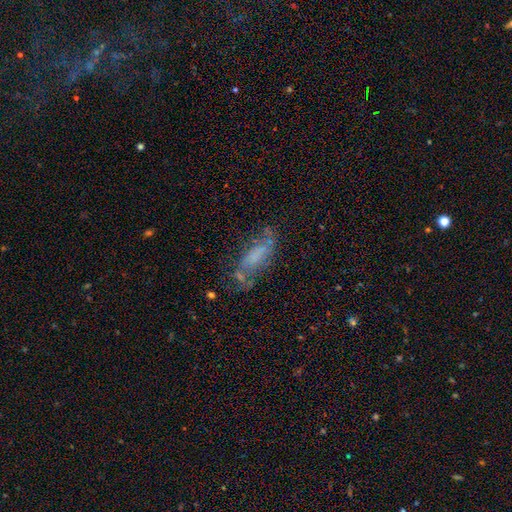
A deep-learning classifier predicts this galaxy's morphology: type=featured or disk (44%, tied with smooth); merging=none (47%).